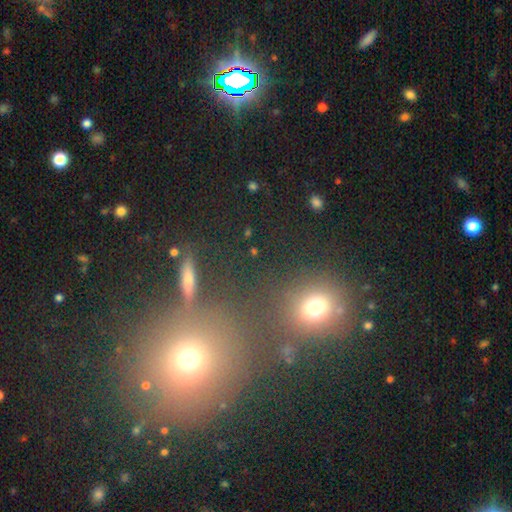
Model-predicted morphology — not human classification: This is possibly a smooth galaxy (46%). Merging: likely none (71%).